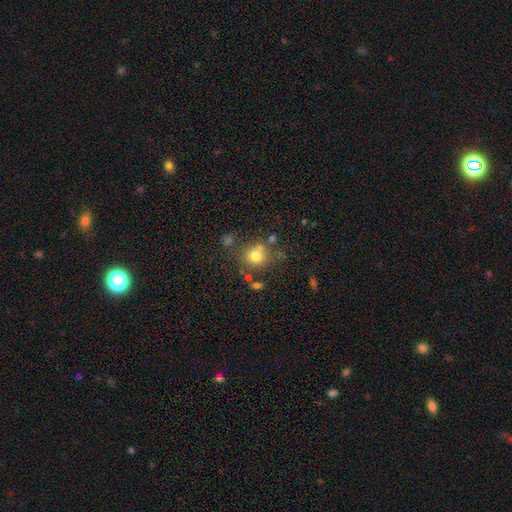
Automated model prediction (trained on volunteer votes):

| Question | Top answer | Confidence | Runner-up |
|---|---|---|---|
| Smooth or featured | smooth | 75% | star or artifact (14%) |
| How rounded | round | 85% | in between (14%) |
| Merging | none | 67% | merger (14%) |